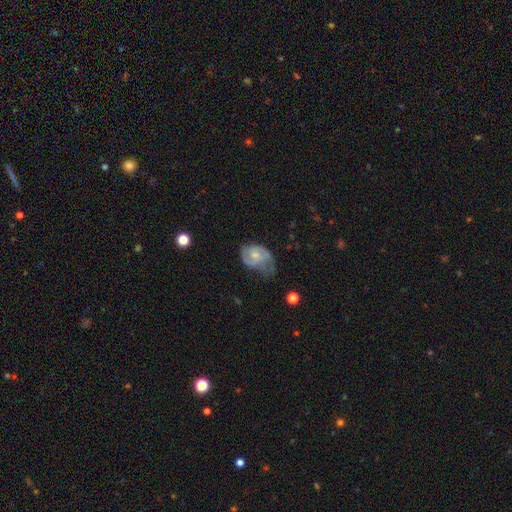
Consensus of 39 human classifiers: Smooth or featured: featured or disk — 74% (smooth — 23%)
Edge-on disk: no — 97% (yes — 3%)
Bar: no — 61% (weak — 32%)
Spiral arms: yes — 64% (no — 36%)
Spiral winding: medium — 56% (tight — 33%)
Spiral arm count: 2 — 67% (can't tell — 22%)
Bulge size: moderate — 50% (small — 25%)
Merging: major disturbance — 42% (minor disturbance — 32%)